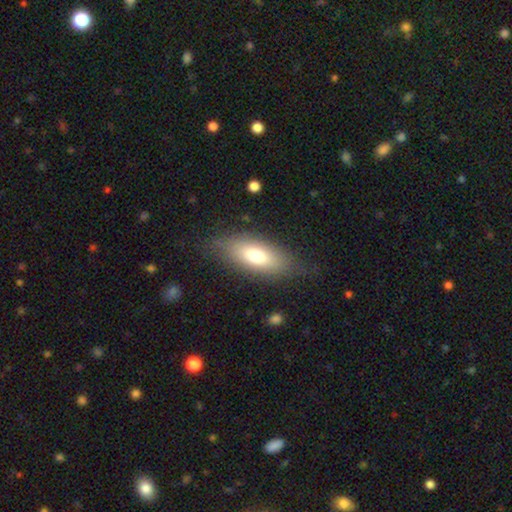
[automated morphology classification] smooth-or-featured: smooth: 72% | featured or disk: 20% | star or artifact: 7%
  how-rounded: in between: 80% | cigar-shaped: 17% | round: 3%
  merging: none: 77% | minor disturbance: 16% | major disturbance: 6% | merger: 1%